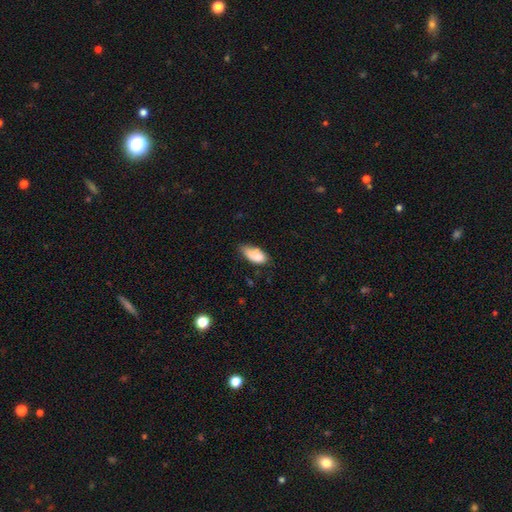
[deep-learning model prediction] smooth-or-featured: smooth: 83% | featured or disk: 10% | star or artifact: 8%
  how-rounded: in between: 87% | cigar-shaped: 10% | round: 3%
  merging: none: 47% | minor disturbance: 38% | major disturbance: 9% | merger: 6%